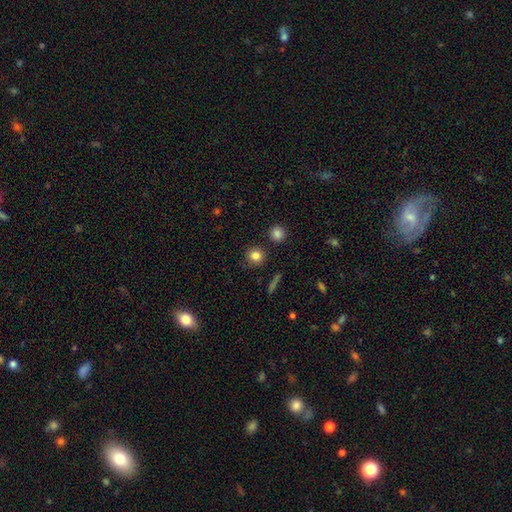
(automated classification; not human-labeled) Smooth or featured?
  - smooth: 82% *
  - star or artifact: 11%
  - featured or disk: 7%
How rounded?
  - round: 90% *
  - in between: 9%
  - cigar-shaped: 1%
Merging?
  - none: 86% *
  - minor disturbance: 8%
  - merger: 4%
  - major disturbance: 3%